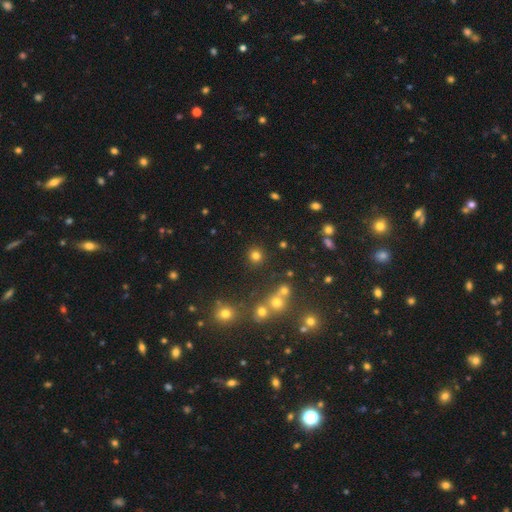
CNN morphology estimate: smooth-or-featured: smooth: 76% | star or artifact: 18% | featured or disk: 6%
  how-rounded: round: 93% | in between: 6% | cigar-shaped: 1%
  merging: none: 88% | minor disturbance: 6% | merger: 4% | major disturbance: 2%